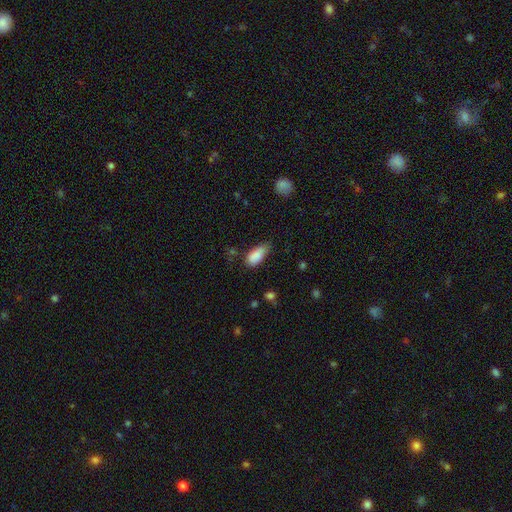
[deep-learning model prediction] Q: Smooth or featured?
A: smooth (86%); runner-up: star or artifact (8%)
Q: How rounded?
A: in between (88%); runner-up: cigar-shaped (9%)
Q: Merging?
A: none (44%); runner-up: minor disturbance (42%)